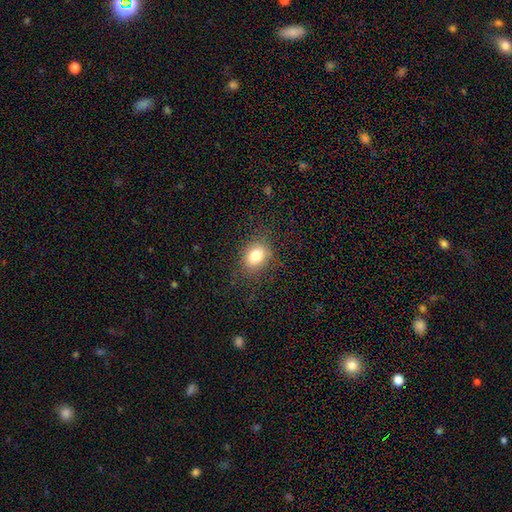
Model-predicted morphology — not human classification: Smooth or featured? Predicted: smooth (p=0.80). How rounded? Predicted: in between (p=0.58). Merging? Predicted: none (p=0.80).